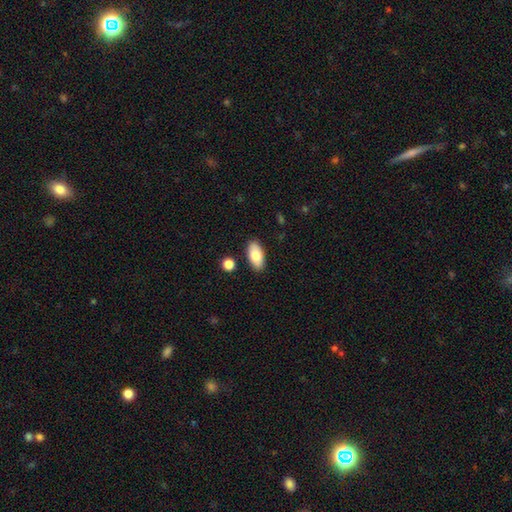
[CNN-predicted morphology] Smooth or featured?
  - smooth: 81% *
  - featured or disk: 13%
  - star or artifact: 7%
How rounded?
  - in between: 93% *
  - cigar-shaped: 5%
  - round: 3%
Merging?
  - none: 86% *
  - minor disturbance: 9%
  - merger: 3%
  - major disturbance: 2%